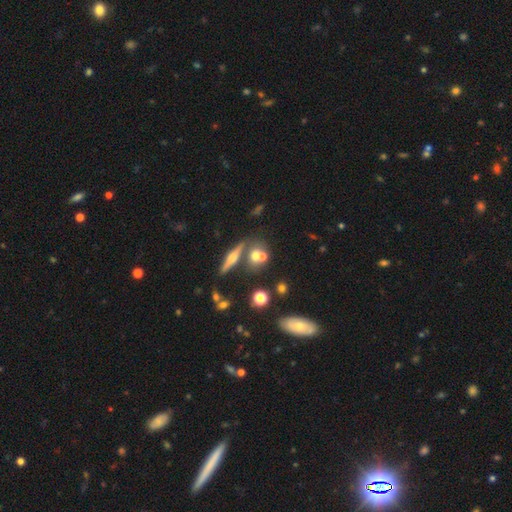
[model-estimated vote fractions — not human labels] A smooth galaxy with no disk features (54%) that is round (63%). Merging: none (47%).